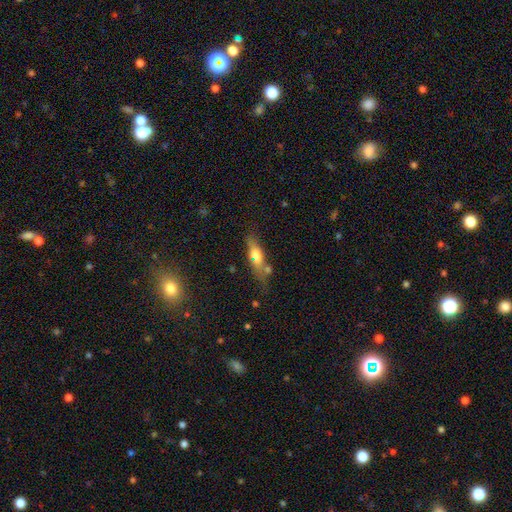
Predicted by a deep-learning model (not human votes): A smooth galaxy with no disk features (58%) that is in between round and cigar-shaped (49%). Merging: none (58%).